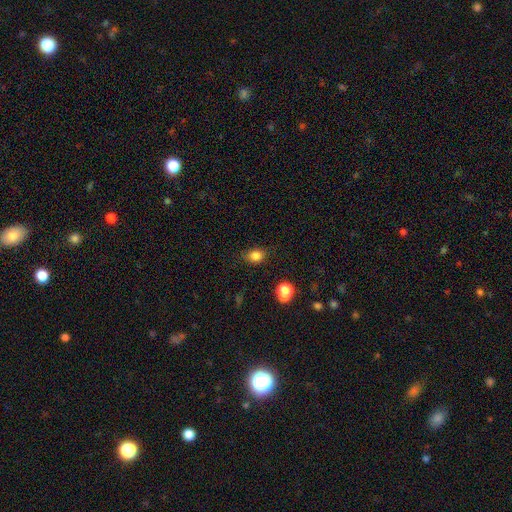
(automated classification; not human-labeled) Q: Smooth or featured?
A: smooth (81%); runner-up: star or artifact (12%)
Q: How rounded?
A: in between (53%); runner-up: round (45%)
Q: Merging?
A: none (78%); runner-up: minor disturbance (16%)